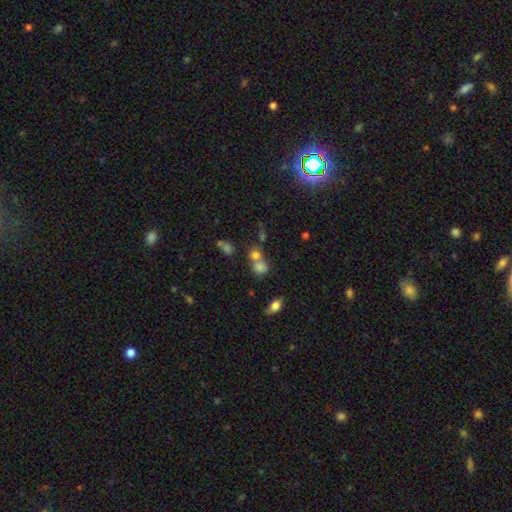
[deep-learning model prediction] This appears to be a smooth galaxy with no disk features (72%) that is round (72%). Merging: merger (47%).